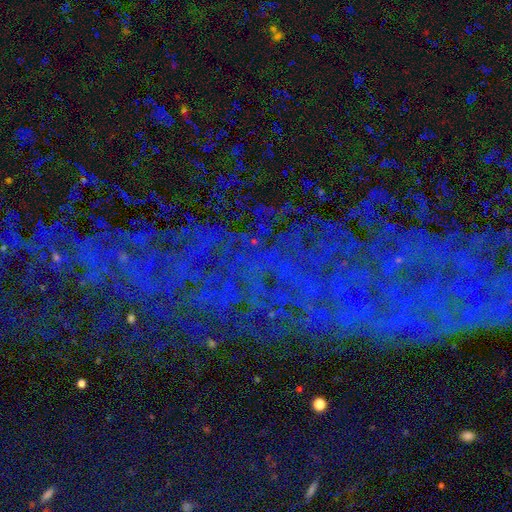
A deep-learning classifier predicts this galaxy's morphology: smooth_or_featured: star or artifact (p=0.79) [alt: featured or disk p=0.11]